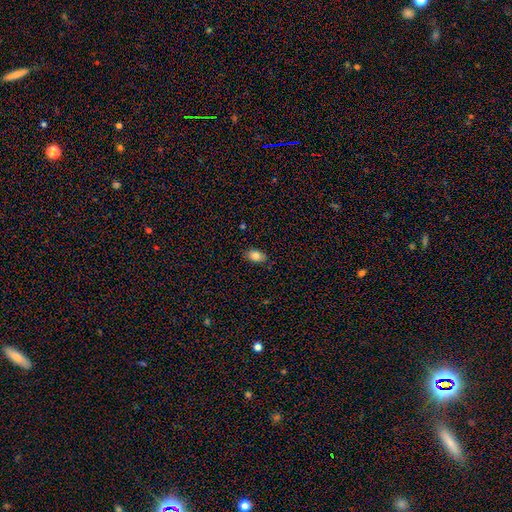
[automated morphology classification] This is clearly a smooth galaxy (82%). How rounded: clearly in between (87%). Merging: clearly none (83%).